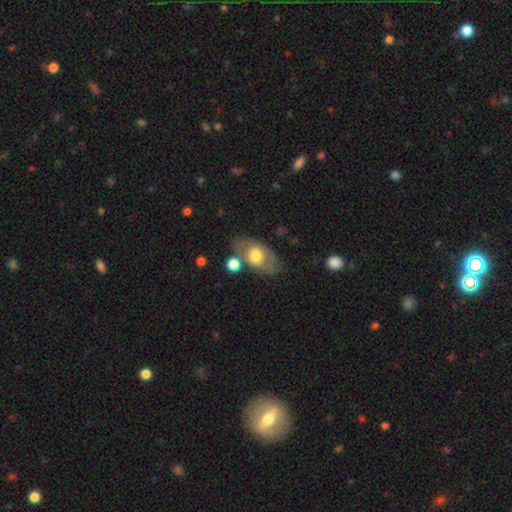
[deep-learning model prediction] Smooth or featured?
  - smooth: 56% *
  - featured or disk: 37%
  - star or artifact: 7%
How rounded?
  - in between: 85% *
  - round: 13%
  - cigar-shaped: 2%
Merging?
  - none: 64% *
  - minor disturbance: 18%
  - merger: 10%
  - major disturbance: 8%